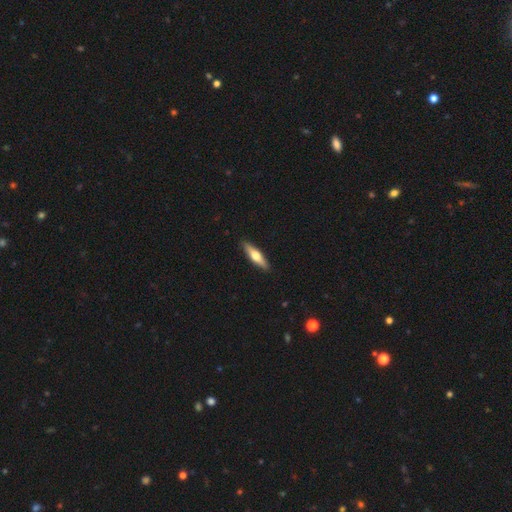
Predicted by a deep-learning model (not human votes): smooth-or-featured: featured or disk: 48% | smooth: 47% | star or artifact: 5%
  merging: none: 91% | minor disturbance: 7% | major disturbance: 1% | merger: 1%